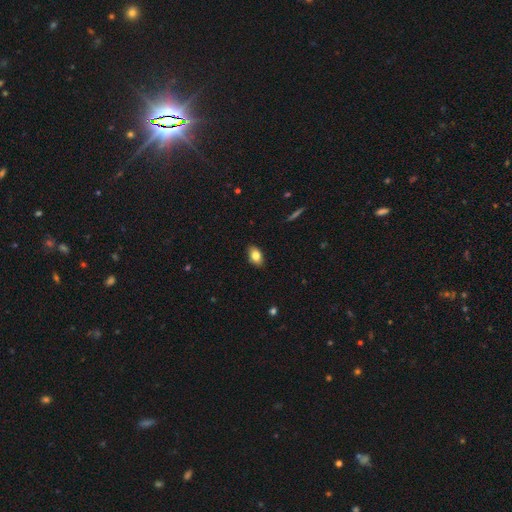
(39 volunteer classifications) Morphology: type=smooth (85%); roundness=in between (88%); merging=none (77%).